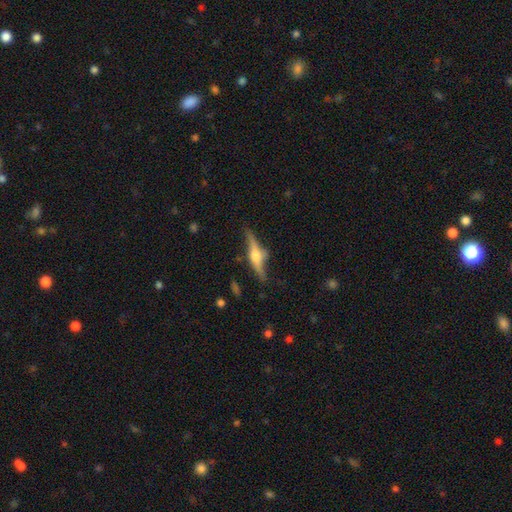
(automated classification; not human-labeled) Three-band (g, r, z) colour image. It shows a featured or disk galaxy (73%) viewed edge-on (93%) with a rounded central bulge (92%). Merging: none (73%).